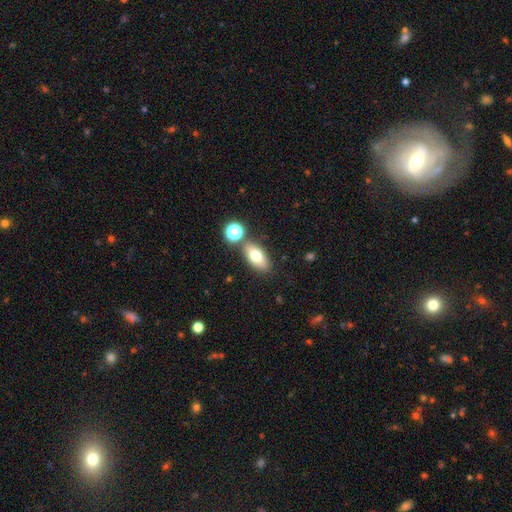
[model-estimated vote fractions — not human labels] A smooth galaxy with no disk features (73%) that is in between round and cigar-shaped (84%).

Vote fractions:
- Smooth or featured? smooth: 73% / featured or disk: 17% / star or artifact: 10%
- How rounded? in between: 84% / cigar-shaped: 8% / round: 8%
- Merging? none: 76% / minor disturbance: 11% / merger: 10% / major disturbance: 3%